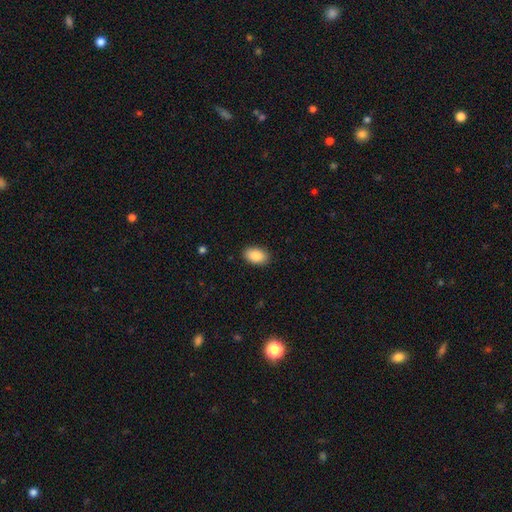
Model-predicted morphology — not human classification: This appears to be a smooth galaxy with no disk features (89%) that is in between round and cigar-shaped (92%). Merging: none (89%).